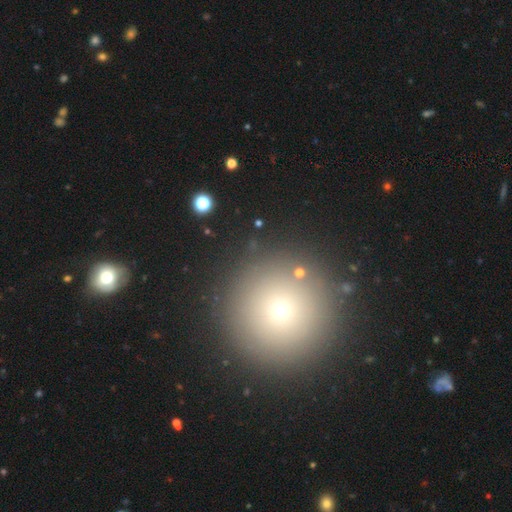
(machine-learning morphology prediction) The model was most divided on "smooth or featured": smooth: 66%, star or artifact: 23%, featured or disk: 11%. More confident: how rounded — round (96%); merging — none (90%).